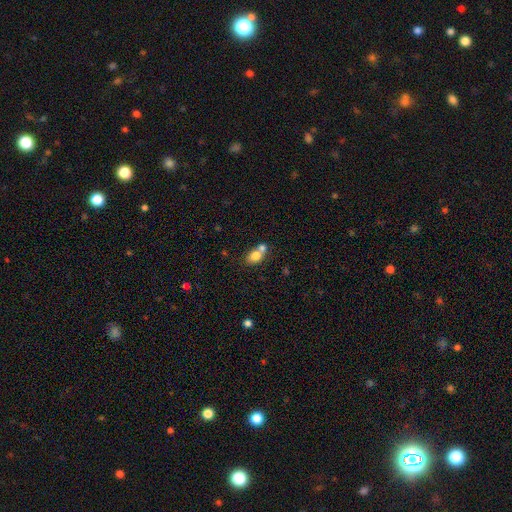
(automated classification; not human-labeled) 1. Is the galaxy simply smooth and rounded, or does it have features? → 78% smooth, 12% featured or disk, 10% star or artifact.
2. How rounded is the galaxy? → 58% in between, 40% round, 2% cigar-shaped.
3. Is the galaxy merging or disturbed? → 53% merger, 36% none, 8% minor disturbance, 3% major disturbance.